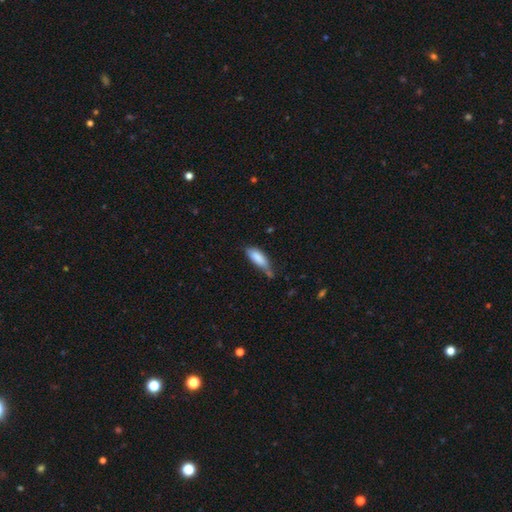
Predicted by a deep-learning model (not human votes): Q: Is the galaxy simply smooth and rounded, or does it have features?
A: smooth — 84%.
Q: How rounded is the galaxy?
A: in between — 61%.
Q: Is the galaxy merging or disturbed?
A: none — 41%.